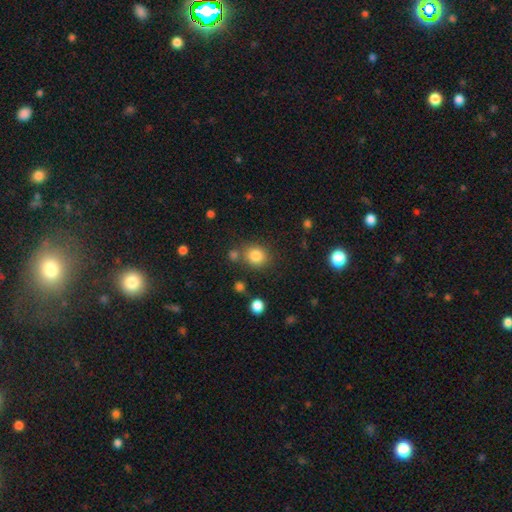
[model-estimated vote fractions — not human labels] smooth_or_featured: smooth (p=0.83) [alt: star or artifact p=0.11]
how_rounded: round (p=0.74) [alt: in between p=0.25]
merging: none (p=0.74) [alt: minor disturbance p=0.11]